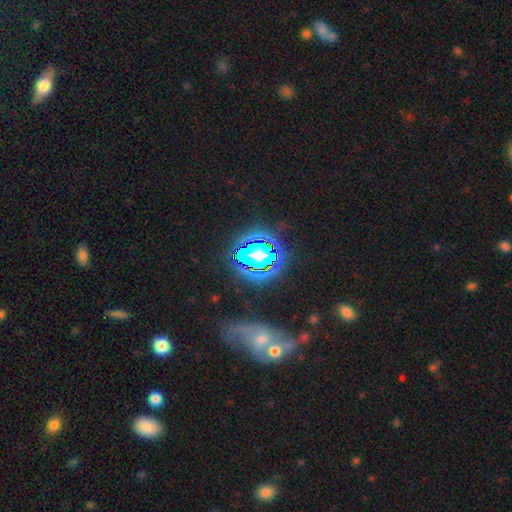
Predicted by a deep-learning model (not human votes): This is likely a star or artifact rather than a galaxy (69%).